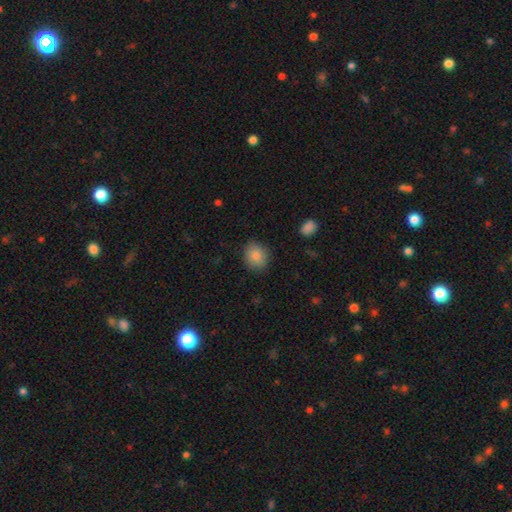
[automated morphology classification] This is clearly a smooth galaxy (87%). How rounded: likely round (70%). Merging: clearly none (86%).